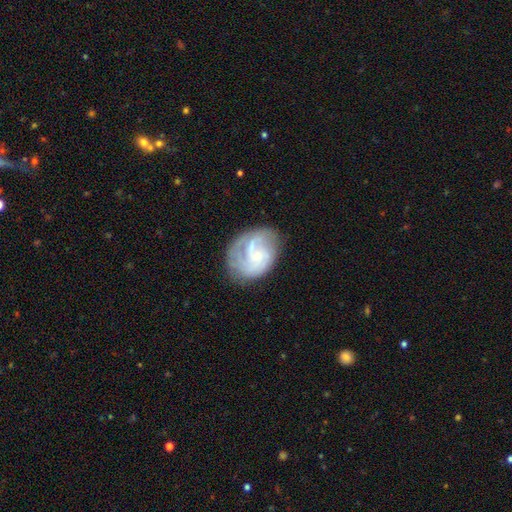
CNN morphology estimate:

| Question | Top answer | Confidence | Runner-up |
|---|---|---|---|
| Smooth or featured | featured or disk | 70% | smooth (23%) |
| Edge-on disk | no | 98% | yes (2%) |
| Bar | no | 64% | weak (31%) |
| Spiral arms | yes | 86% | no (14%) |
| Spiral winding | tight | 42% | medium (40%) |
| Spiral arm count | can't tell | 32% | 2 (30%) |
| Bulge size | small | 71% | moderate (16%) |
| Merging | none | 59% | minor disturbance (22%) |